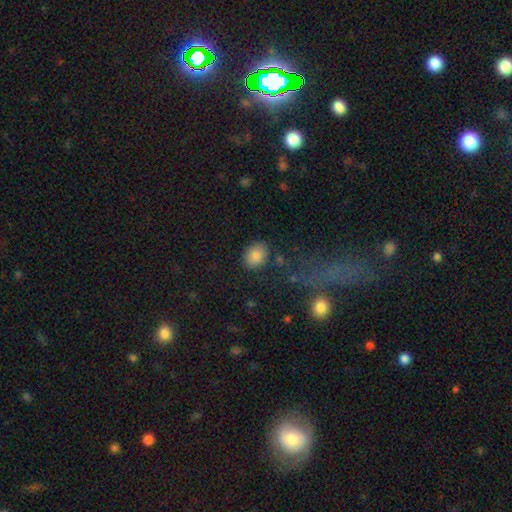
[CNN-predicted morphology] Smooth or featured? Predicted: smooth (p=0.83). How rounded? Predicted: in between (p=0.59). Merging? Predicted: none (p=0.83).